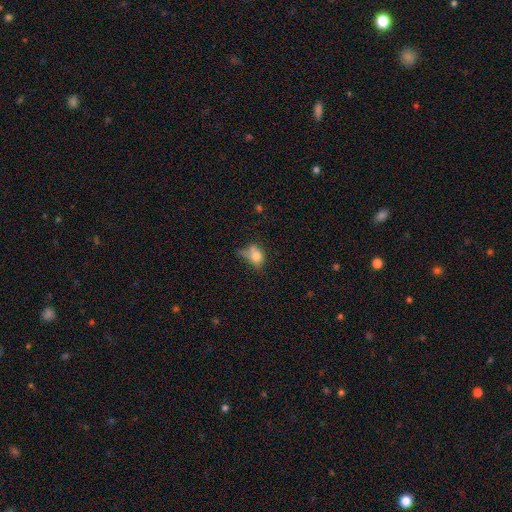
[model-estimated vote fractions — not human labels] This is likely a smooth galaxy (73%). How rounded: likely in between (61%). Merging: marginally none (31%).